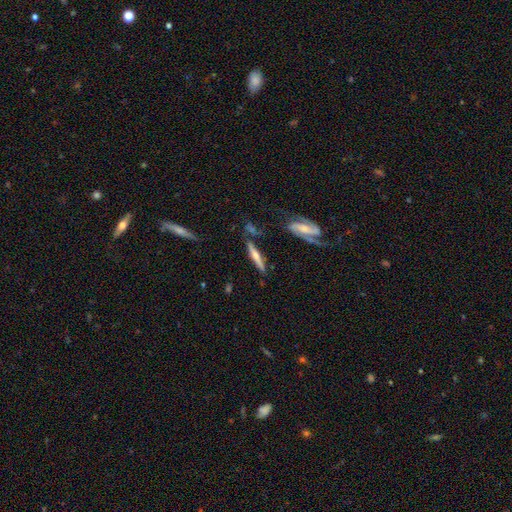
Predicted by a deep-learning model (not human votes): This is likely a featured or disk galaxy (62%). It is clearly viewed edge-on (90%). Edge-on bulge: likely rounded (79%). Merging: likely none (75%).